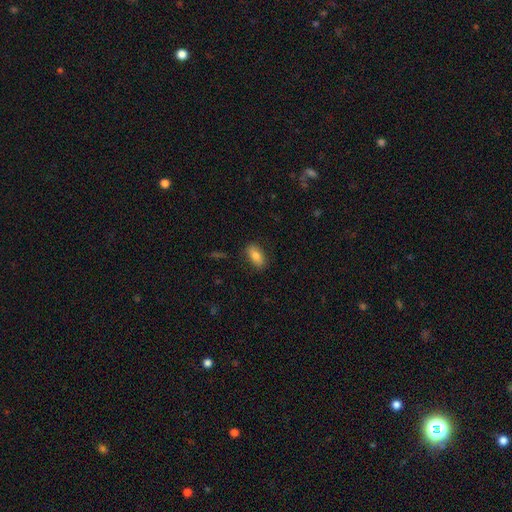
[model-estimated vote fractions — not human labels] The model was most divided on "smooth or featured": smooth: 81%, featured or disk: 12%, star or artifact: 8%. More confident: how rounded — in between (87%); merging — none (84%).